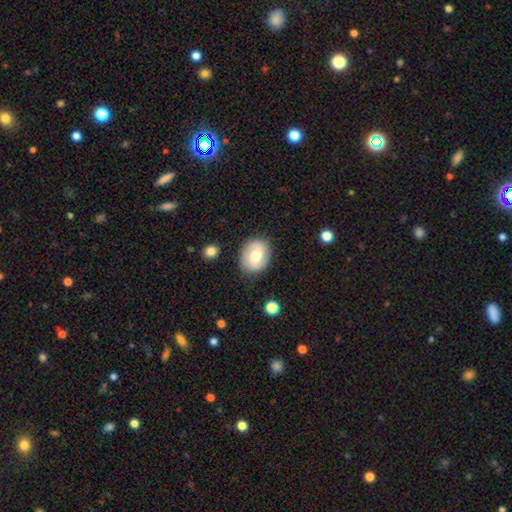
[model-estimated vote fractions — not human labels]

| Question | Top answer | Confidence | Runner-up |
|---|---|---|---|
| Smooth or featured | smooth | 56% | featured or disk (37%) |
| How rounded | in between | 56% | round (43%) |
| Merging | none | 82% | minor disturbance (13%) |